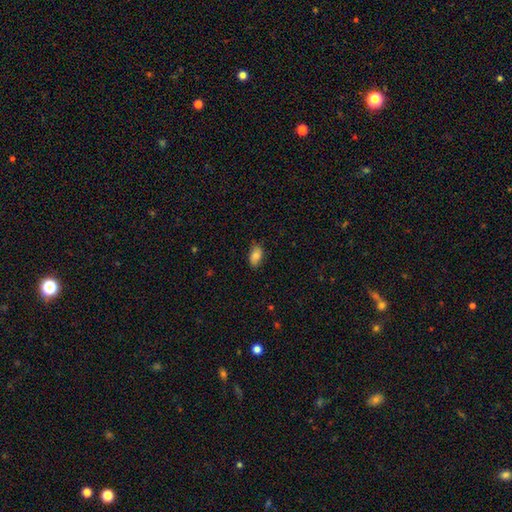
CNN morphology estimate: Smooth or featured? Predicted: smooth (p=0.80). How rounded? Predicted: in between (p=0.92). Merging? Predicted: none (p=0.79).